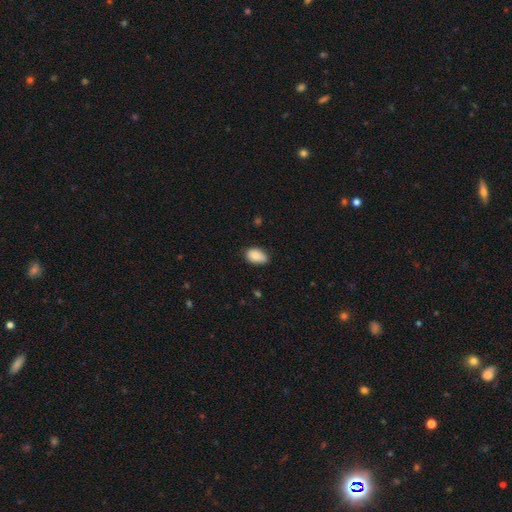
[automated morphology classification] The model was most divided on "merging": none: 72%, minor disturbance: 24%, major disturbance: 3%, merger: 1%. More confident: how rounded — in between (89%); smooth or featured — smooth (84%).